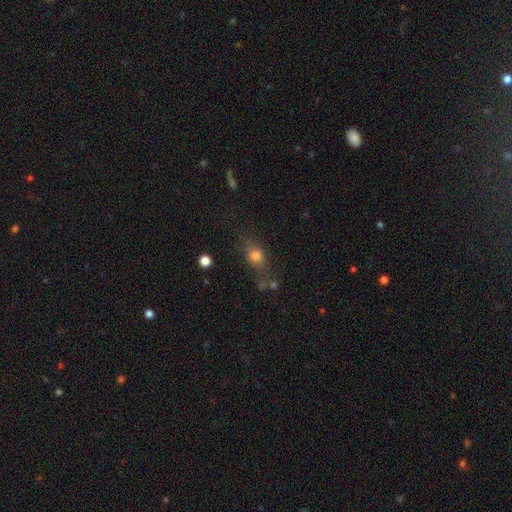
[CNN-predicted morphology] Overall: smooth (71%). How rounded: in between (51%; round 38%). Merging: none (58%; minor disturbance 20%).